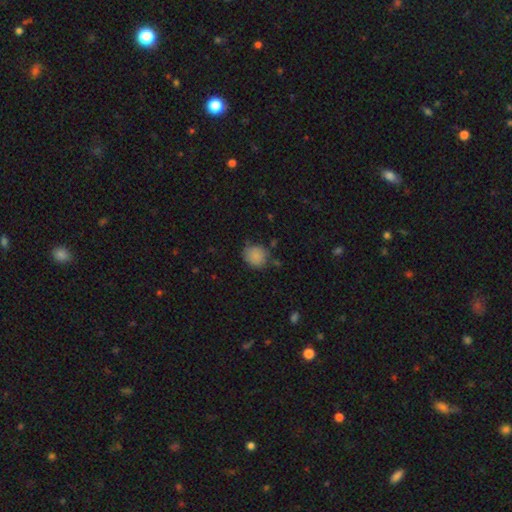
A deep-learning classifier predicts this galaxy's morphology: The model was most divided on "merging": none: 68%, minor disturbance: 23%, major disturbance: 5%, merger: 3%. More confident: smooth or featured — smooth (85%); how rounded — round (80%).